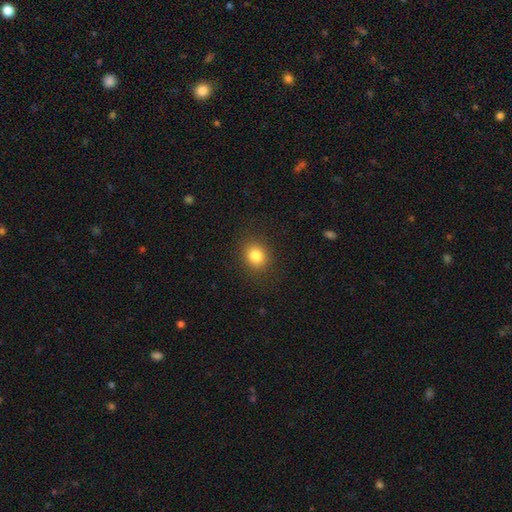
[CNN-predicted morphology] Q: Smooth or featured?
A: smooth (83%); runner-up: star or artifact (11%)
Q: How rounded?
A: round (72%); runner-up: in between (27%)
Q: Merging?
A: none (88%); runner-up: minor disturbance (8%)